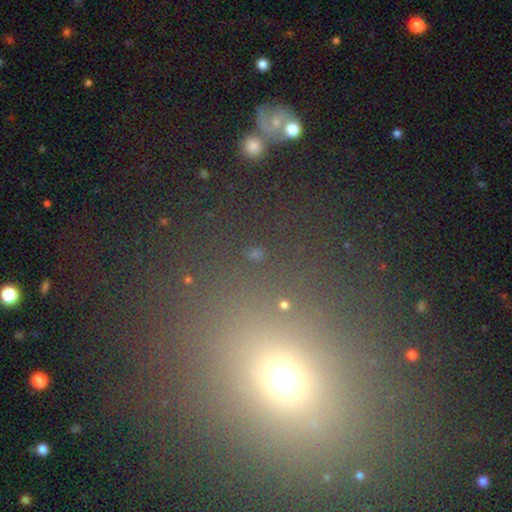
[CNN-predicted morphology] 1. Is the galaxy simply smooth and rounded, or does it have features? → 47% smooth, 43% star or artifact, 10% featured or disk.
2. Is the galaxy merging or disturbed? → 80% none, 9% minor disturbance, 6% merger, 6% major disturbance.